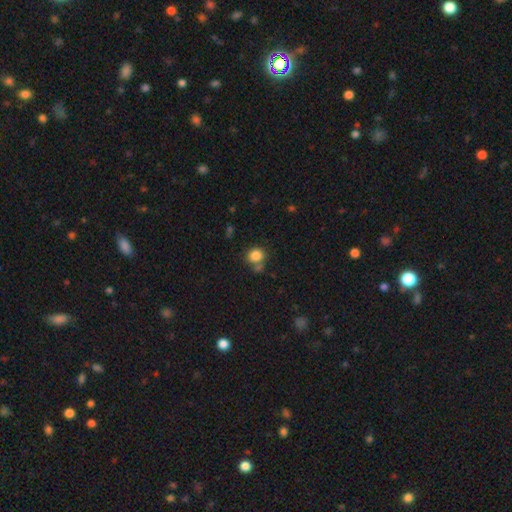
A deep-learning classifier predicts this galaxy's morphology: This is clearly a smooth galaxy (84%). How rounded: clearly round (83%). Merging: likely none (66%).